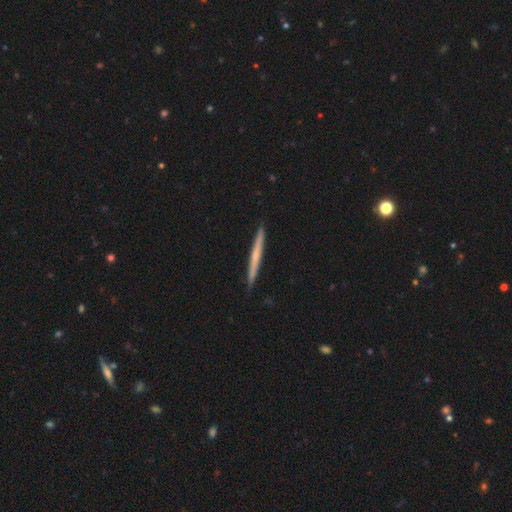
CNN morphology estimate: A featured or disk galaxy (49%). Merging: none (92%).